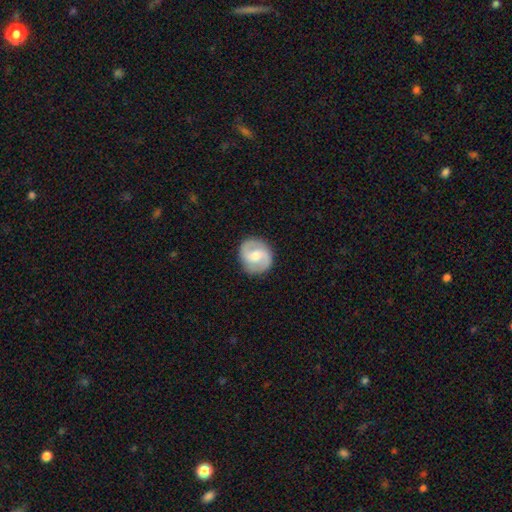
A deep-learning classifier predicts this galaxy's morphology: Smooth or featured? featured or disk (77%)
Edge-on disk? no (98%)
Bar? weak (52%)
Spiral arms? yes (94%)
Spiral winding? medium (54%)
Spiral arm count? 2 (92%)
Bulge size? moderate (59%)
Merging? none (87%)